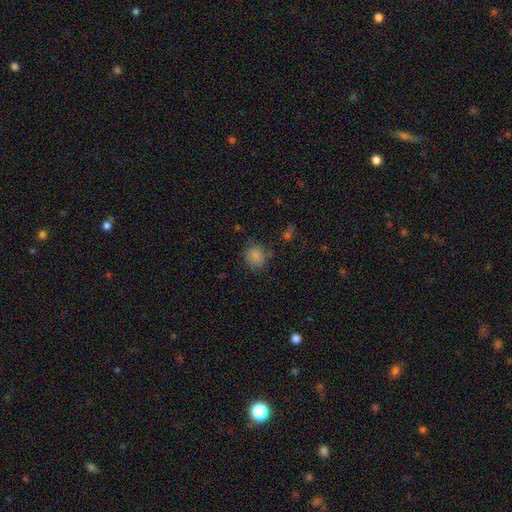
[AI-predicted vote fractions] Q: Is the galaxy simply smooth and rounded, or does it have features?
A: smooth — 83%.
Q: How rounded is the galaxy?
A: round — 69%.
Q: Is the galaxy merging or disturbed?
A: none — 69%.